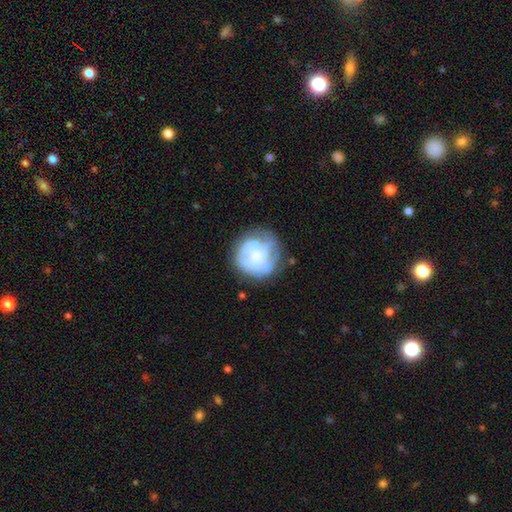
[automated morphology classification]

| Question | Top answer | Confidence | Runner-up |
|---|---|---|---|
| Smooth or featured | featured or disk | 60% | smooth (31%) |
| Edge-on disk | no | 98% | yes (2%) |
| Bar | no | 81% | weak (15%) |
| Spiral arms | no | 66% | yes (34%) |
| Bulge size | none | 37% | small (30%) |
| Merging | none | 59% | minor disturbance (20%) |